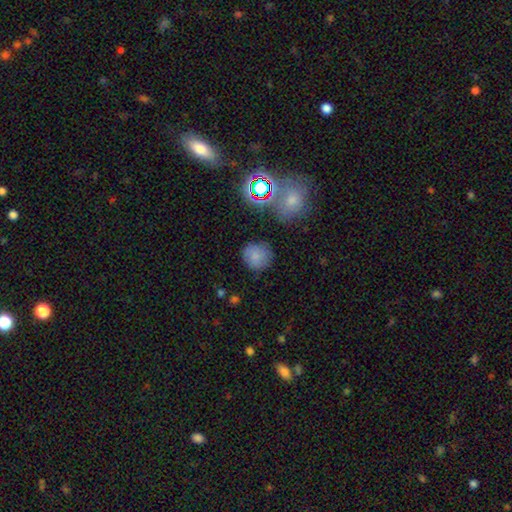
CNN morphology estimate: smooth-or-featured: smooth: 75% | star or artifact: 14% | featured or disk: 11%
  how-rounded: round: 89% | in between: 10% | cigar-shaped: 1%
  merging: none: 77% | minor disturbance: 15% | major disturbance: 5% | merger: 3%